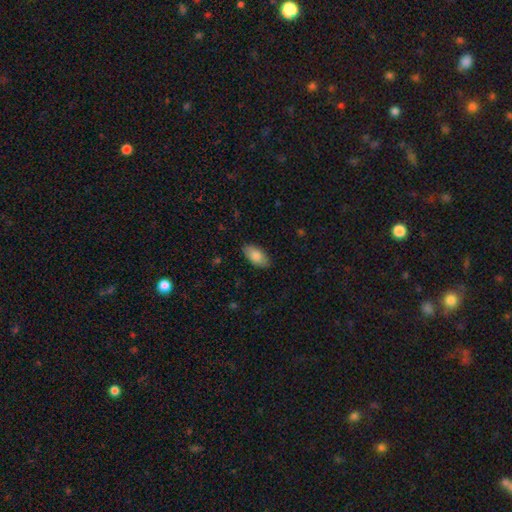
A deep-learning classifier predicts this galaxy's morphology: Smooth or featured? Predicted: smooth (p=0.85). How rounded? Predicted: in between (p=0.93). Merging? Predicted: none (p=0.86).